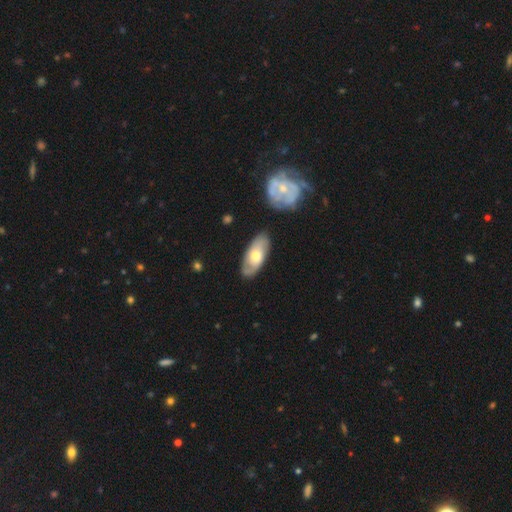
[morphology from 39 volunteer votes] This appears to be a smooth galaxy with no disk features (49%) that is in between round and cigar-shaped (84%). Merging: none (75%).